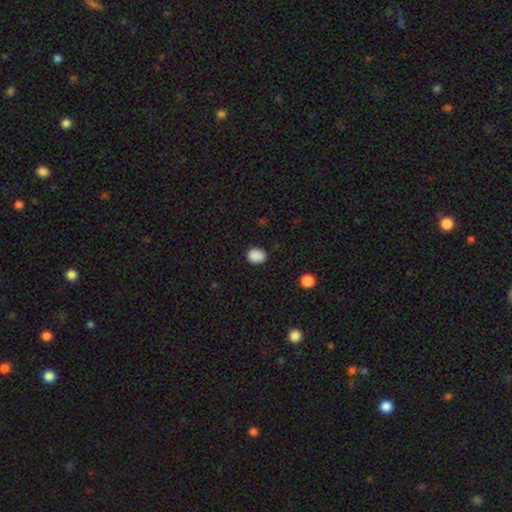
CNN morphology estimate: Q: Smooth or featured?
A: smooth (88%); runner-up: star or artifact (9%)
Q: How rounded?
A: round (58%); runner-up: in between (41%)
Q: Merging?
A: none (86%); runner-up: minor disturbance (11%)